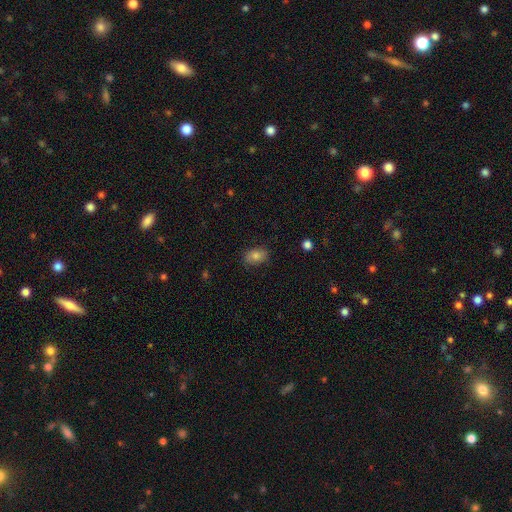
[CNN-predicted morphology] smooth_or_featured: smooth (p=0.80) [alt: featured or disk p=0.10]
how_rounded: in between (p=0.82) [alt: round p=0.16]
merging: none (p=0.82) [alt: minor disturbance p=0.14]